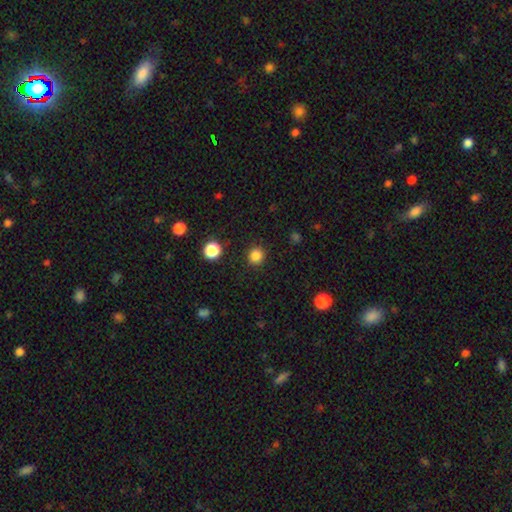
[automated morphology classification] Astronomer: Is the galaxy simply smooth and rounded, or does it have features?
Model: smooth — 84%.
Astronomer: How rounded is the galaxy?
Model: round — 89%.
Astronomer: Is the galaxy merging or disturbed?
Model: none — 90%.